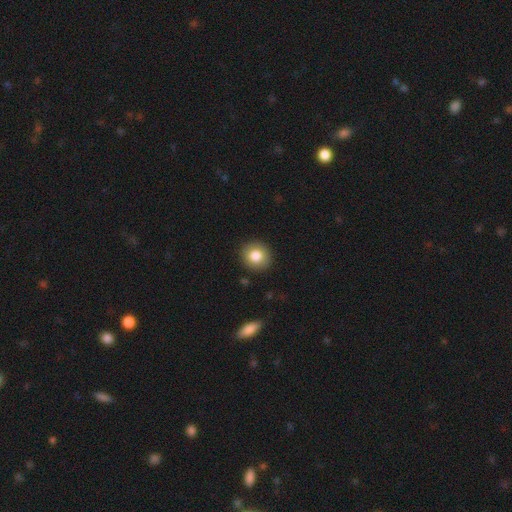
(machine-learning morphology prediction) type=smooth (83%); roundness=round (86%); merging=none (90%).